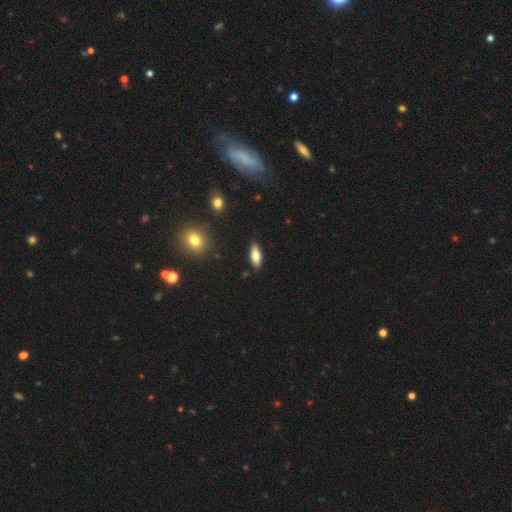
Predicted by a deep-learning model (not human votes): Overall: smooth (73%). How rounded: in between (75%). Merging: none (88%).